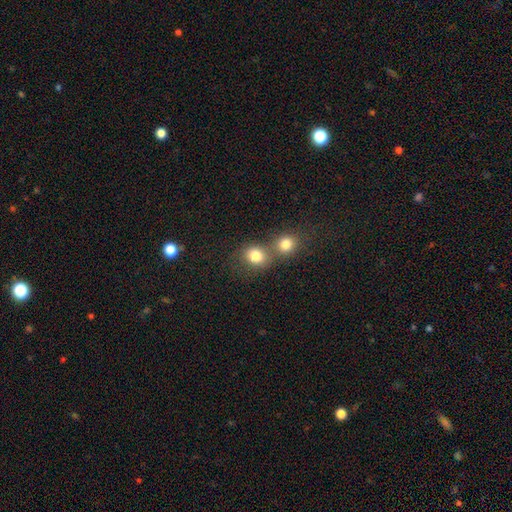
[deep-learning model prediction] smooth_or_featured: smooth (p=0.81) [alt: star or artifact p=0.11]
how_rounded: round (p=0.75) [alt: in between p=0.24]
merging: merger (p=0.47) [alt: none p=0.42]